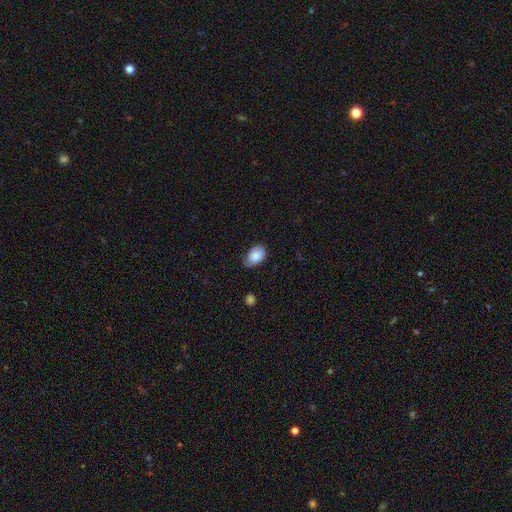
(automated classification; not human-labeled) Morphology: type=smooth (85%); roundness=in between (85%); merging=none (61%).